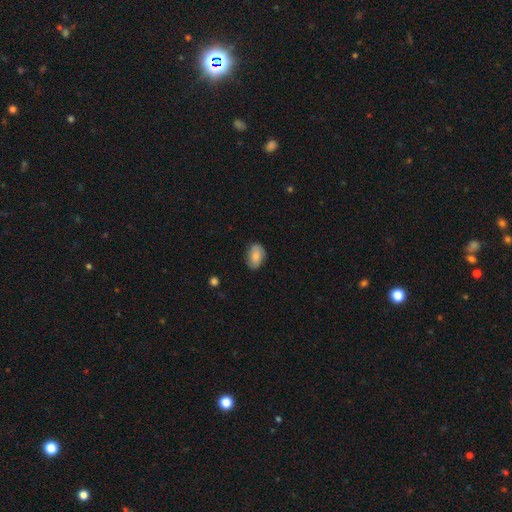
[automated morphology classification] Smooth or featured? Predicted: smooth (p=0.73). How rounded? Predicted: in between (p=0.84). Merging? Predicted: none (p=0.78).